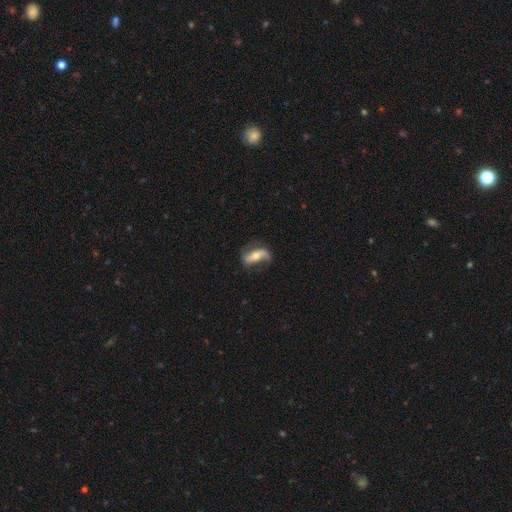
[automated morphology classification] This is likely a featured or disk galaxy (66%). It is clearly not viewed edge-on (88%). Bar: marginally strong (42%). Spiral arm pattern: clearly yes (86%). Central bulge: likely moderate (61%). Merging: likely none (61%).